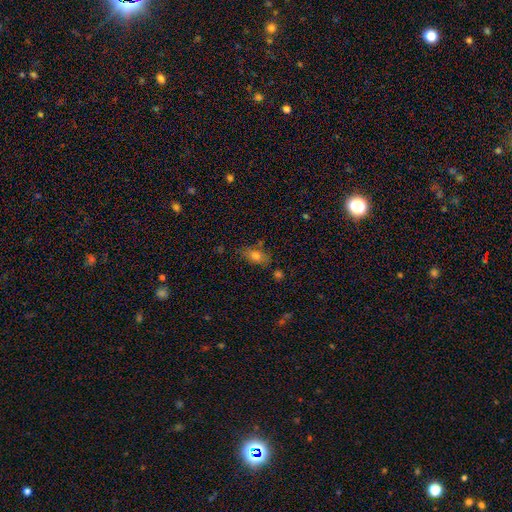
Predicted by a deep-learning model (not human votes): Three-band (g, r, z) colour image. It shows a smooth galaxy with no disk features (75%) that is in between round and cigar-shaped (84%). Merging: none (70%).